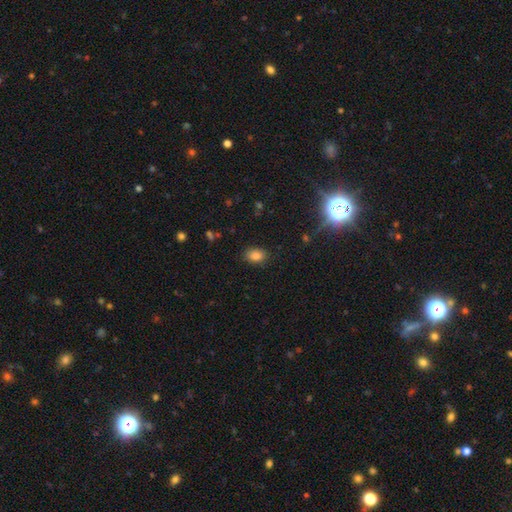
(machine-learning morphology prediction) Smooth or featured?
  - smooth: 82% *
  - star or artifact: 12%
  - featured or disk: 6%
How rounded?
  - in between: 82% *
  - round: 17%
  - cigar-shaped: 1%
Merging?
  - none: 86% *
  - minor disturbance: 10%
  - major disturbance: 3%
  - merger: 1%